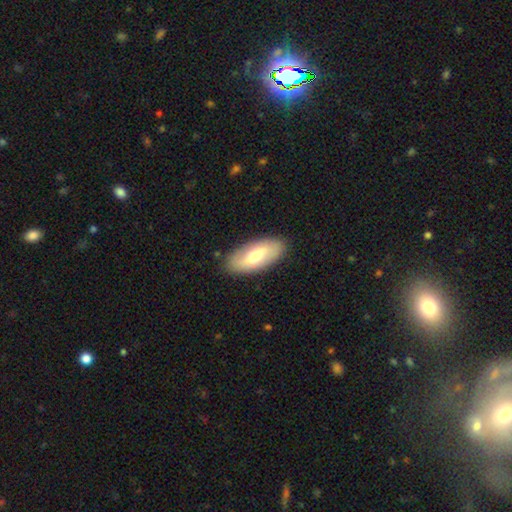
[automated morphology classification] A smooth galaxy with no disk features (58%) that is in between round and cigar-shaped (88%). Merging: none (86%).